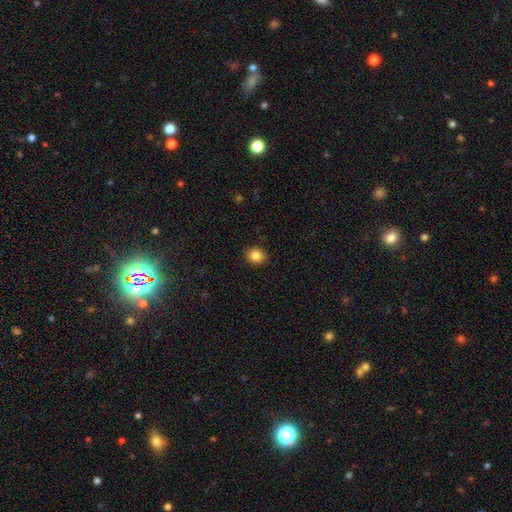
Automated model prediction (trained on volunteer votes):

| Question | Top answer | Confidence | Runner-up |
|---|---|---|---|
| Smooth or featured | smooth | 85% | star or artifact (10%) |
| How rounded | round | 58% | in between (41%) |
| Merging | none | 90% | minor disturbance (7%) |